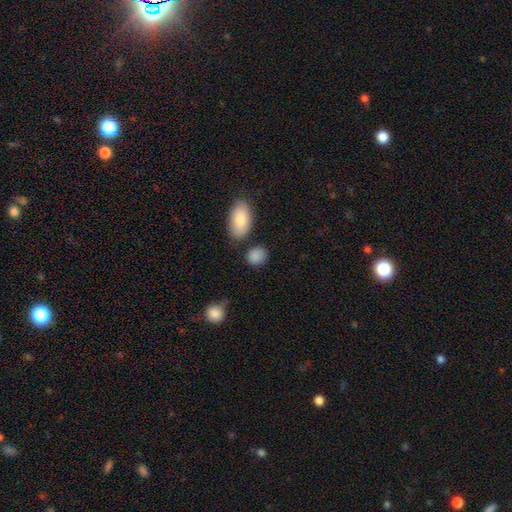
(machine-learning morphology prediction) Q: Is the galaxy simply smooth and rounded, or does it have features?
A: smooth — 88%.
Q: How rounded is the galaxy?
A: round — 50%.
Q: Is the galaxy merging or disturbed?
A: none — 75%.